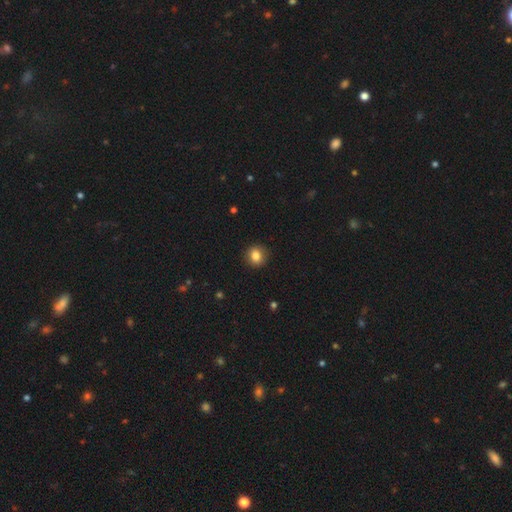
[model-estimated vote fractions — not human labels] Smooth or featured? Predicted: smooth (p=0.83). How rounded? Predicted: round (p=0.79). Merging? Predicted: none (p=0.90).